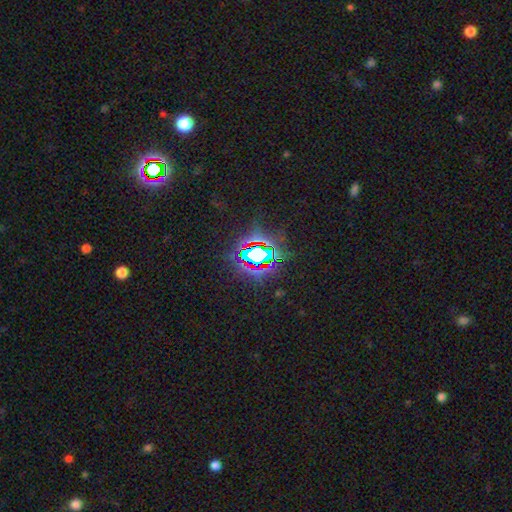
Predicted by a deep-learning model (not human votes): Morphology: type=star or artifact (77%).